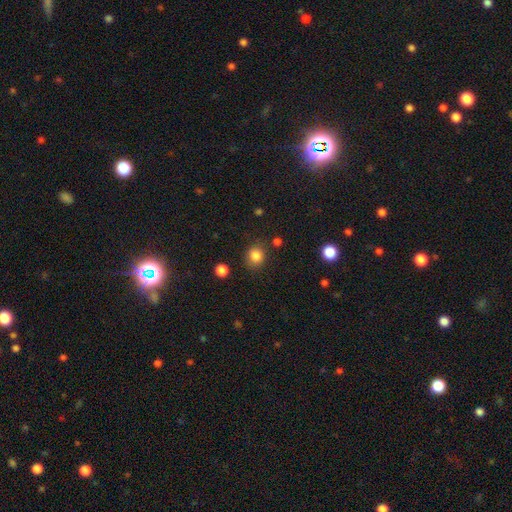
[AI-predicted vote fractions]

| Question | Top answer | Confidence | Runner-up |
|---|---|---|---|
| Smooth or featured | smooth | 84% | star or artifact (12%) |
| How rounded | round | 76% | in between (23%) |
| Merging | none | 83% | minor disturbance (11%) |